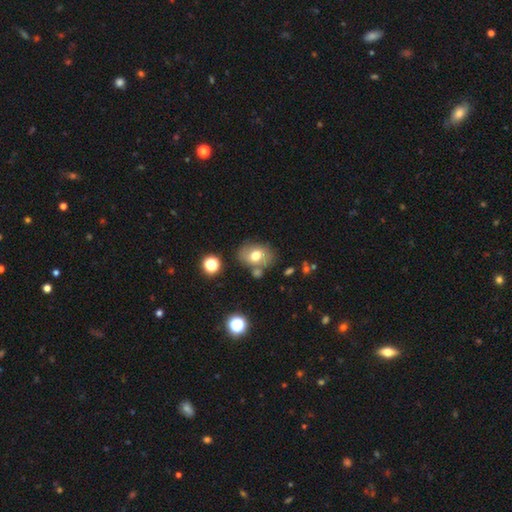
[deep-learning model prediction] Overall: smooth (66%). How rounded: in between (65%; round 34%). Merging: none (67%).